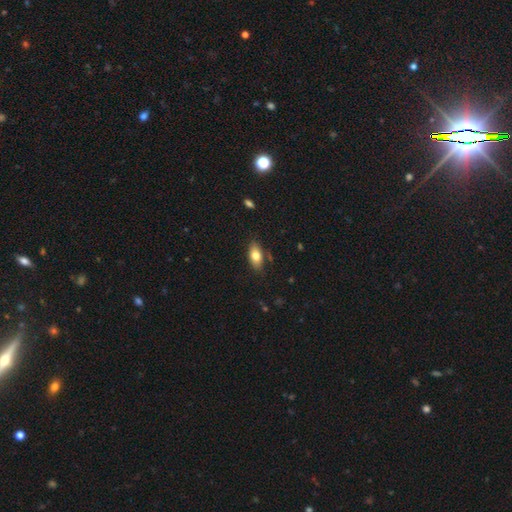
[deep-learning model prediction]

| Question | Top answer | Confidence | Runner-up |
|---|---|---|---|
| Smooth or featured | smooth | 78% | featured or disk (15%) |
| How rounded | in between | 88% | cigar-shaped (7%) |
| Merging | none | 81% | minor disturbance (14%) |